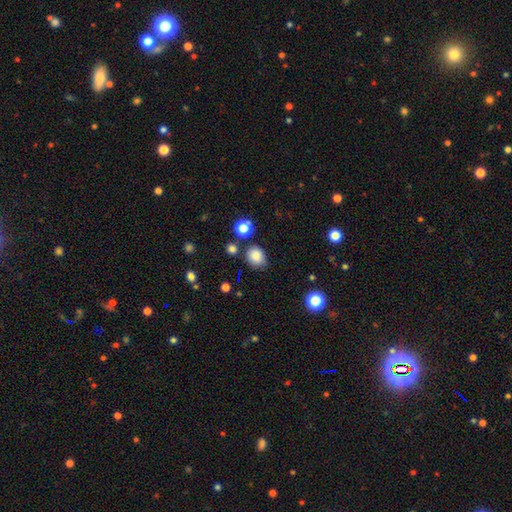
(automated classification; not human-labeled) Smooth or featured: smooth — 83% (star or artifact — 11%)
How rounded: round — 59% (in between — 40%)
Merging: none — 70% (minor disturbance — 19%)